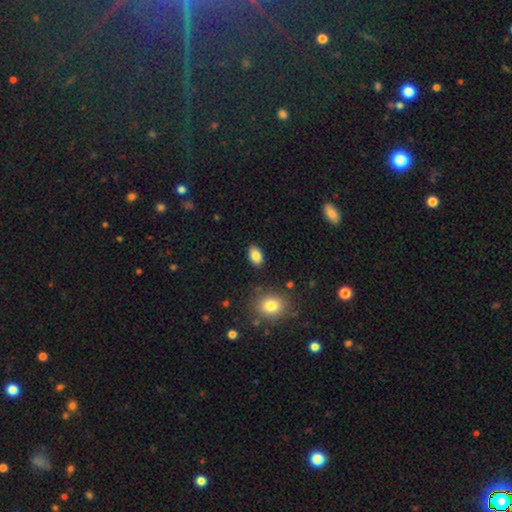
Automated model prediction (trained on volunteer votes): The model was most divided on "smooth or featured": smooth: 85%, star or artifact: 9%, featured or disk: 6%. More confident: how rounded — in between (90%); merging — none (87%).